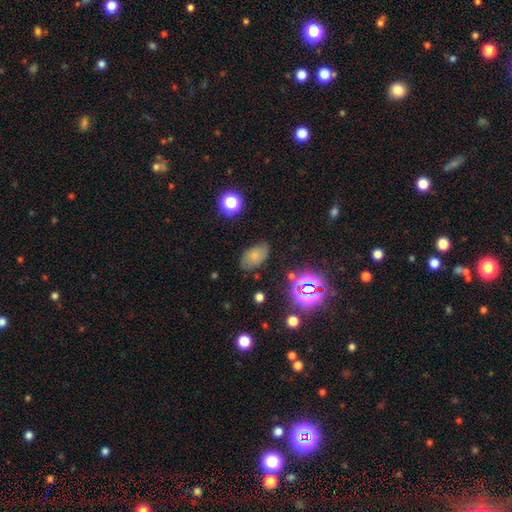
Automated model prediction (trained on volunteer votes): Overall: smooth (68%). How rounded: in between (91%). Merging: none (74%).